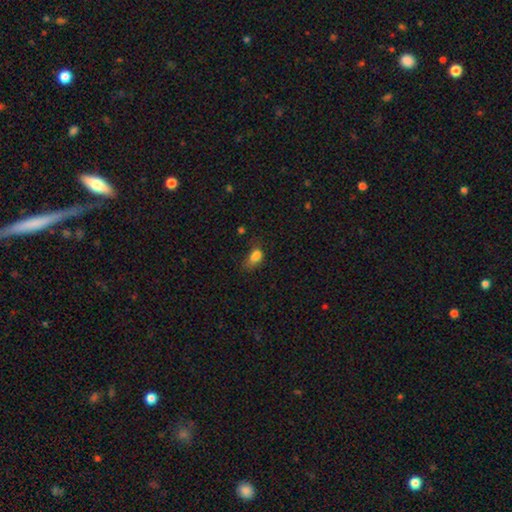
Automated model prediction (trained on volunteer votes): Morphology: type=smooth (78%); roundness=in between (82%); merging=minor disturbance (33%).